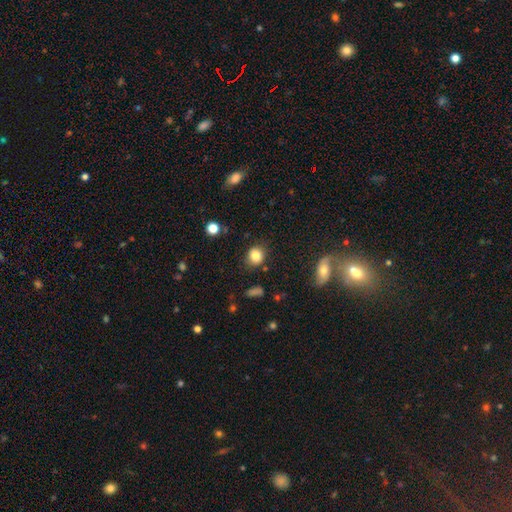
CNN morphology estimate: Smooth or featured: smooth — 83% (star or artifact — 11%)
How rounded: round — 73% (in between — 26%)
Merging: none — 82% (minor disturbance — 12%)